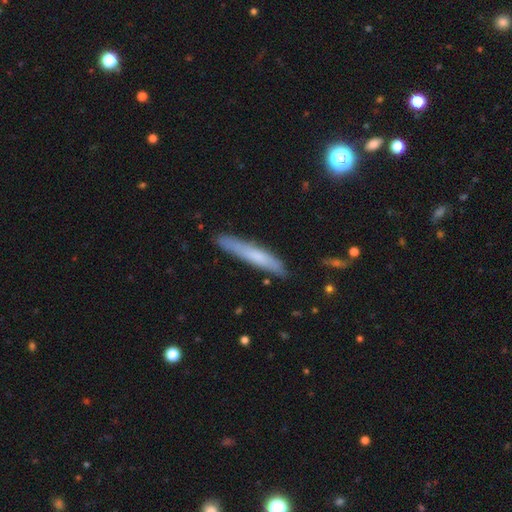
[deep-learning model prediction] Morphology: type=smooth (62%); roundness=cigar-shaped (93%); merging=none (81%).